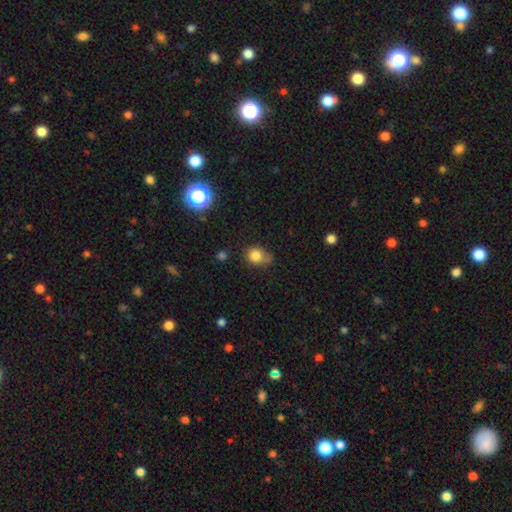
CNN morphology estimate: type=smooth (81%); roundness=round (66%); merging=none (52%).